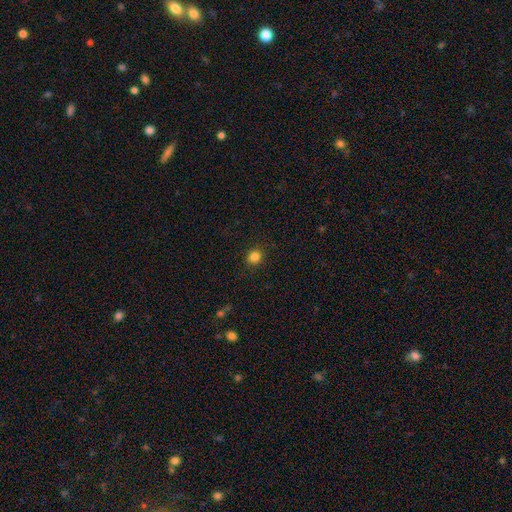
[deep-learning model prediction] The model was most divided on "smooth or featured": smooth: 84%, star or artifact: 12%, featured or disk: 4%. More confident: merging — none (90%); how rounded — round (89%).